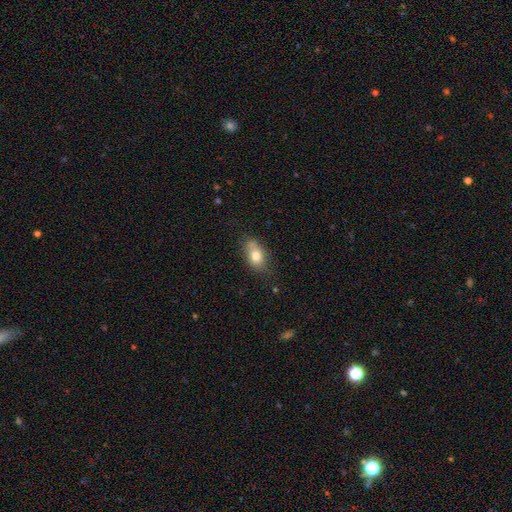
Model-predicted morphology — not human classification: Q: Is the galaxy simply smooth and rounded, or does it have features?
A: smooth — 76%.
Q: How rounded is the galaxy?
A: in between — 85%.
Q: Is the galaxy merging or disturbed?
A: none — 63%.